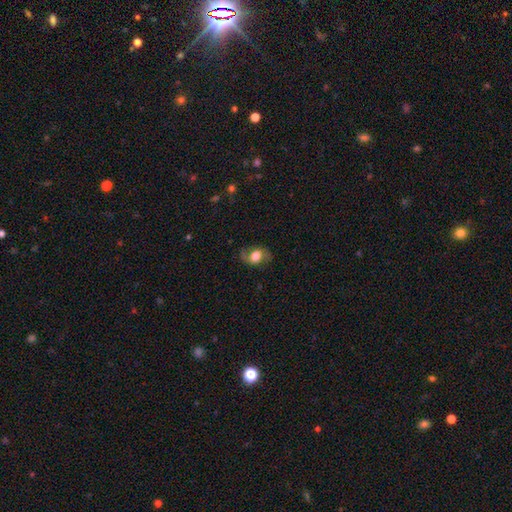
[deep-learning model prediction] Overall: featured or disk (47%; smooth 45%). Merging: none (72%).